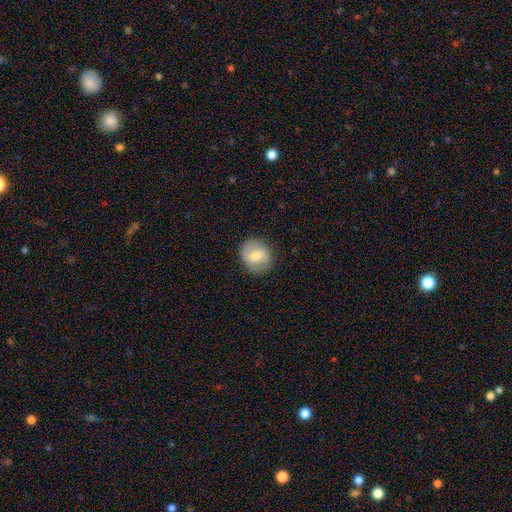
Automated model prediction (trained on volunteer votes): smooth-or-featured: smooth: 61% | featured or disk: 31% | star or artifact: 8%
  how-rounded: round: 76% | in between: 23% | cigar-shaped: 1%
  merging: none: 86% | minor disturbance: 10% | major disturbance: 3% | merger: 1%